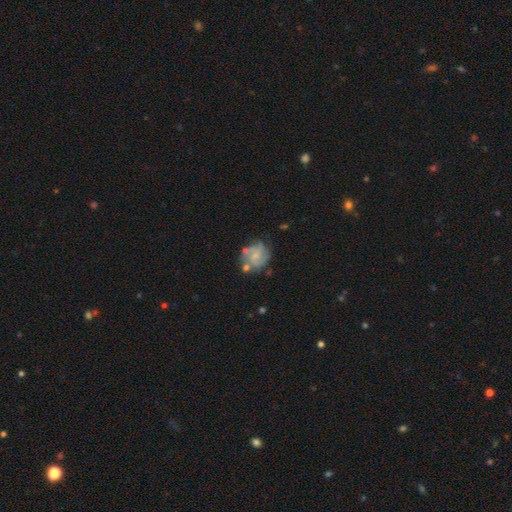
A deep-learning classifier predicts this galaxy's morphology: This is likely a featured or disk galaxy (68%). It is clearly not viewed edge-on (98%). Bar: likely no (64%). Spiral arm pattern: clearly yes (89%). Spiral arm count: marginally 2 (43%). Spiral winding: marginally medium (43%, tied with tight). Central bulge: possibly small (59%). Merging: possibly none (59%).